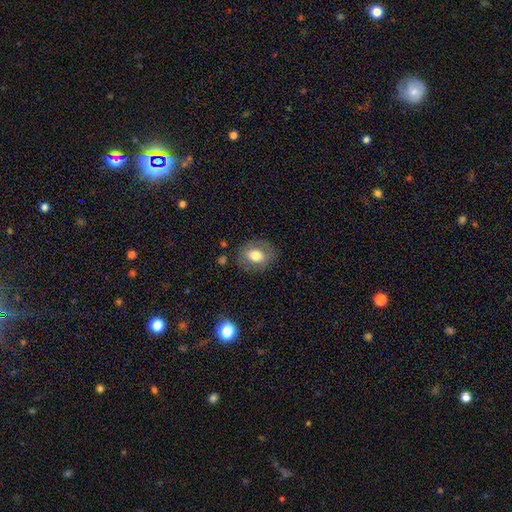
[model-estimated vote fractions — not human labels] Overall: smooth (69%). How rounded: in between (54%; round 45%). Merging: none (80%).